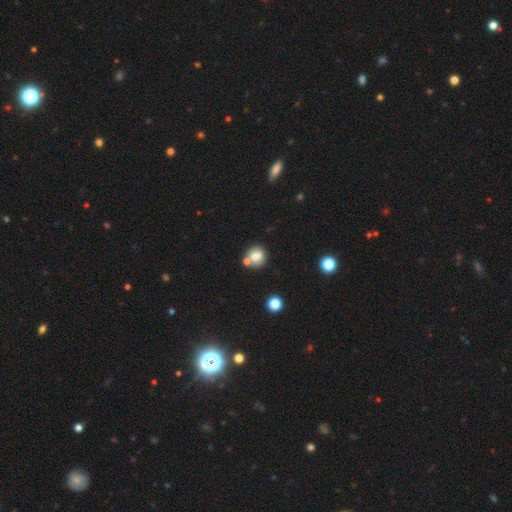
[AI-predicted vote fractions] Smooth or featured? smooth (76%)
How rounded? round (83%)
Merging? none (61%)